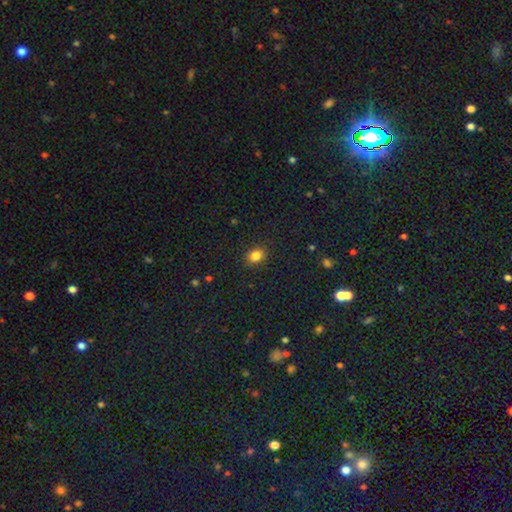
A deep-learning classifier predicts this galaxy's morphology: A smooth galaxy with no disk features (84%) that is in between round and cigar-shaped (63%). Merging: none (88%).